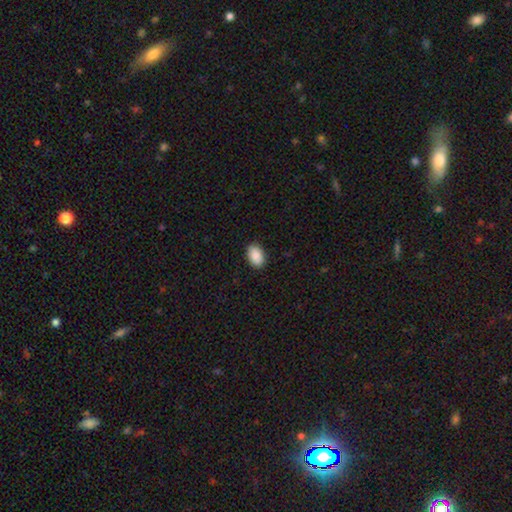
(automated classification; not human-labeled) A smooth galaxy with no disk features (90%) that is in between round and cigar-shaped (89%). Merging: none (90%).